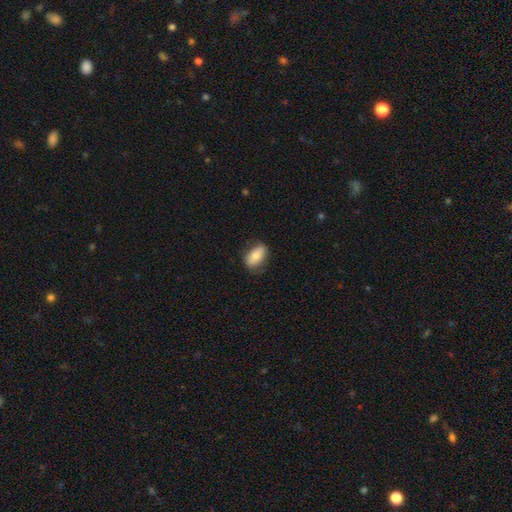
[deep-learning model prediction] smooth 73%, featured or disk 20%, star or artifact 7%. Down the decision tree: how rounded — in between (88%); merging — none (75%).